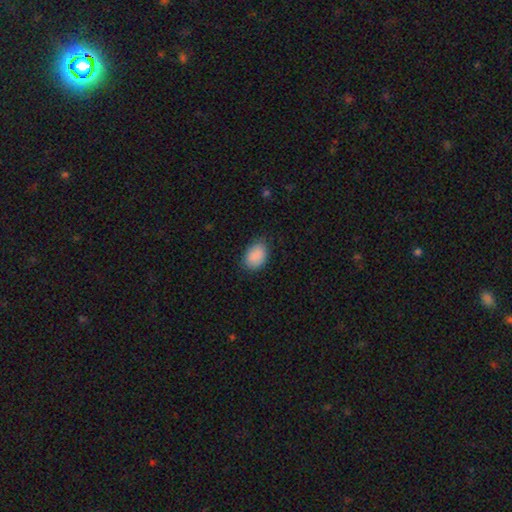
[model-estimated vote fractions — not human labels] smooth 89%, star or artifact 7%, featured or disk 3%. Down the decision tree: how rounded — in between (80%); merging — none (78%).